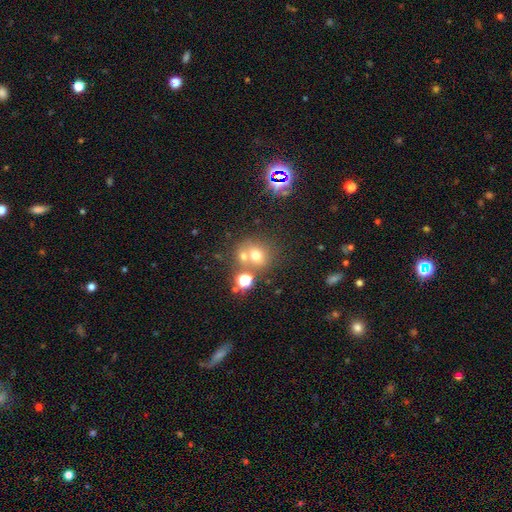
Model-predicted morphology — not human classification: The model was most divided on "merging": none: 49%, merger: 38%, minor disturbance: 9%, major disturbance: 5%. More confident: how rounded — round (75%); smooth or featured — smooth (64%).